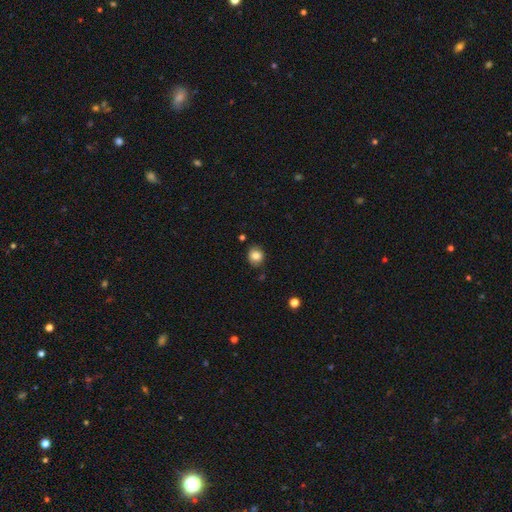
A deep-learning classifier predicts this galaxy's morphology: smooth-or-featured: smooth: 83% | star or artifact: 10% | featured or disk: 8%
  how-rounded: round: 76% | in between: 23% | cigar-shaped: 1%
  merging: none: 82% | minor disturbance: 13% | major disturbance: 3% | merger: 3%